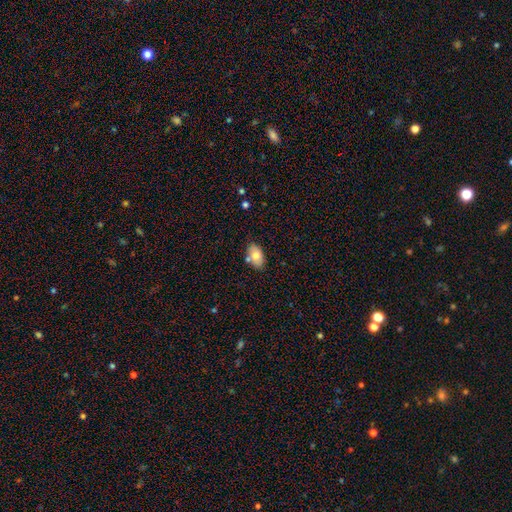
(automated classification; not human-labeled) A smooth galaxy with no disk features (75%) that is in between round and cigar-shaped (92%).

Vote fractions:
- Smooth or featured? smooth: 75% / featured or disk: 18% / star or artifact: 7%
- How rounded? in between: 92% / round: 6% / cigar-shaped: 2%
- Merging? none: 73% / minor disturbance: 15% / merger: 9% / major disturbance: 3%